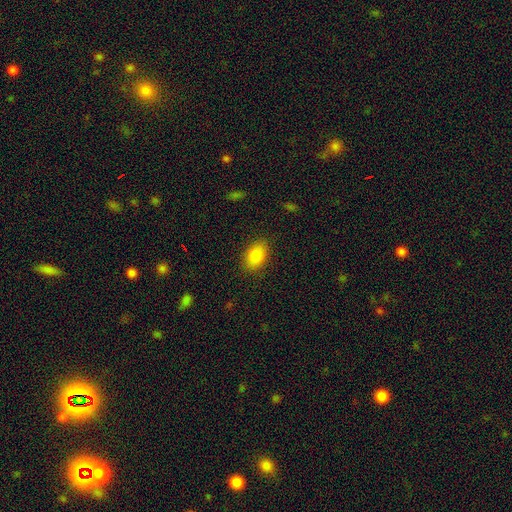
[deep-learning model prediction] smooth-or-featured: smooth: 86% | star or artifact: 8% | featured or disk: 6%
  how-rounded: in between: 86% | round: 12% | cigar-shaped: 1%
  merging: none: 86% | minor disturbance: 10% | major disturbance: 3% | merger: 1%